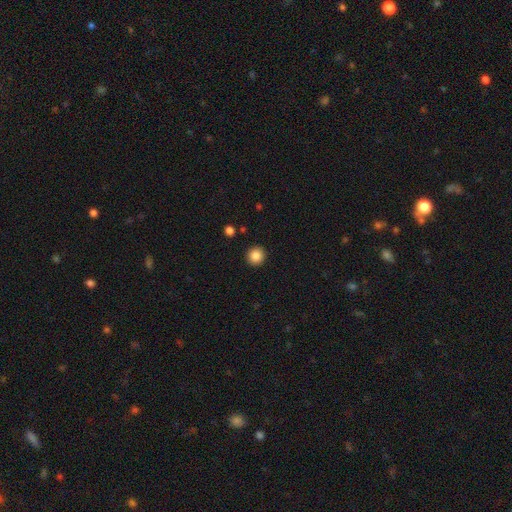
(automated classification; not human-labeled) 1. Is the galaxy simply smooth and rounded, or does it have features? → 86% smooth, 10% star or artifact, 5% featured or disk.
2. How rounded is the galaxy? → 94% round, 5% in between, 1% cigar-shaped.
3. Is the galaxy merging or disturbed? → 92% none, 5% minor disturbance, 2% major disturbance, 1% merger.